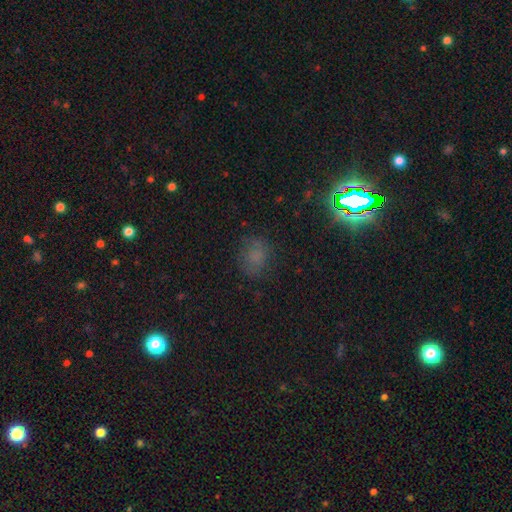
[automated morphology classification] The model was most divided on "how rounded": in between: 50%, round: 48%, cigar-shaped: 1%. More confident: merging — none (72%); smooth or featured — smooth (60%).